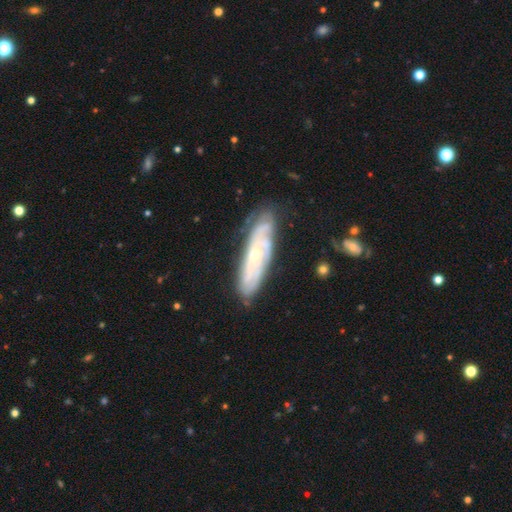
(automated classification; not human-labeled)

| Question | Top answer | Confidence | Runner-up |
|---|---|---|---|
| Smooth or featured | featured or disk | 74% | smooth (19%) |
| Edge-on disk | no | 77% | yes (23%) |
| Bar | no | 73% | weak (21%) |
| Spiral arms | yes | 88% | no (12%) |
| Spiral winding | tight | 68% | medium (25%) |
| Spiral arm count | can't tell | 55% | 2 (17%) |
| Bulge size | small | 68% | moderate (28%) |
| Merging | none | 74% | minor disturbance (19%) |